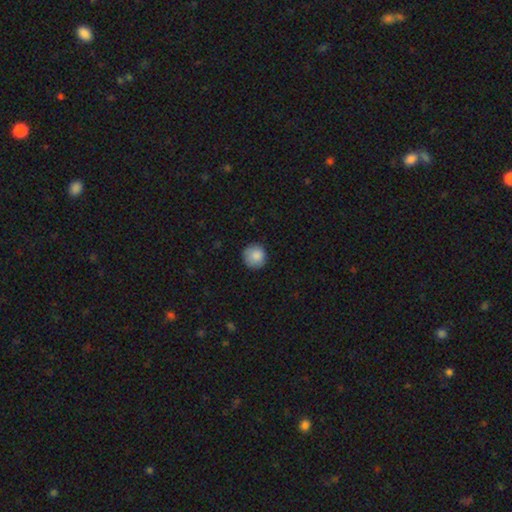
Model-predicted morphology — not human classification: The model was most divided on "merging": none: 86%, minor disturbance: 11%, major disturbance: 2%, merger: 1%. More confident: how rounded — round (94%); smooth or featured — smooth (87%).